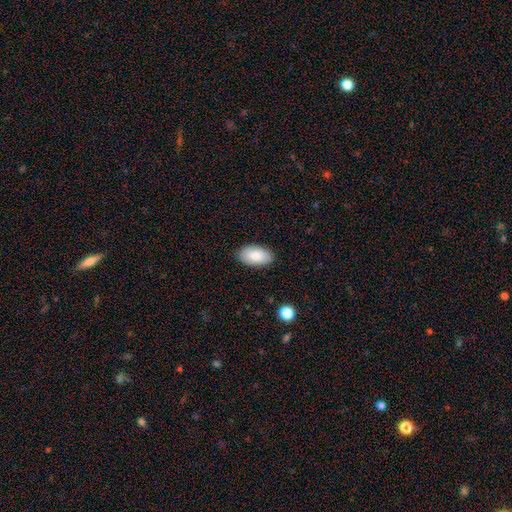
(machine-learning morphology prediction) A smooth galaxy with no disk features (86%) that is in between round and cigar-shaped (96%).

Vote fractions:
- Smooth or featured? smooth: 86% / featured or disk: 8% / star or artifact: 6%
- How rounded? in between: 96% / round: 3% / cigar-shaped: 2%
- Merging? none: 87% / minor disturbance: 10% / major disturbance: 2% / merger: 1%